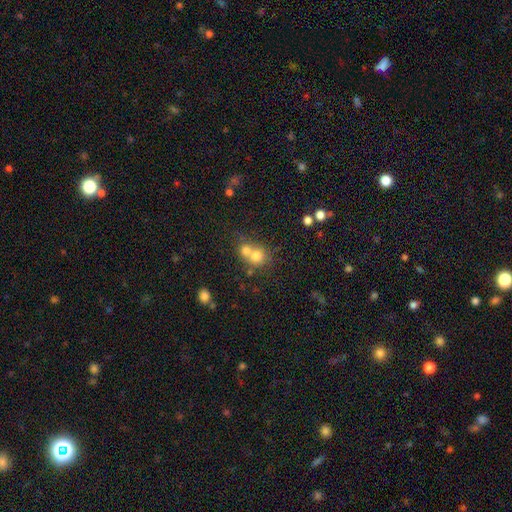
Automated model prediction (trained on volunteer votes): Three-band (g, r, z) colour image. It shows a smooth galaxy with no disk features (73%) that is round (81%). Merging: merger (62%).